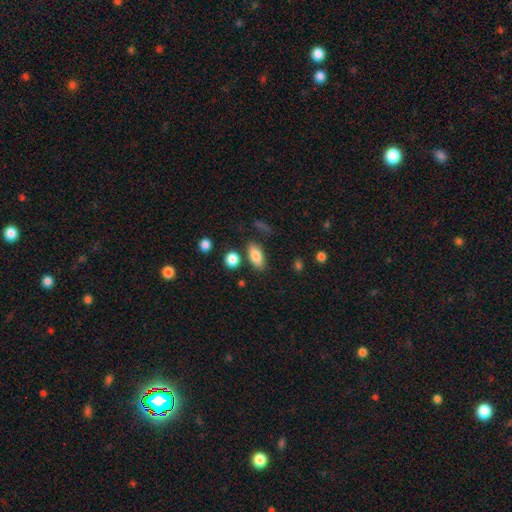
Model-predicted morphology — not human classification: The model was most divided on "merging": none: 78%, minor disturbance: 12%, merger: 7%, major disturbance: 4%. More confident: how rounded — in between (86%); smooth or featured — smooth (83%).